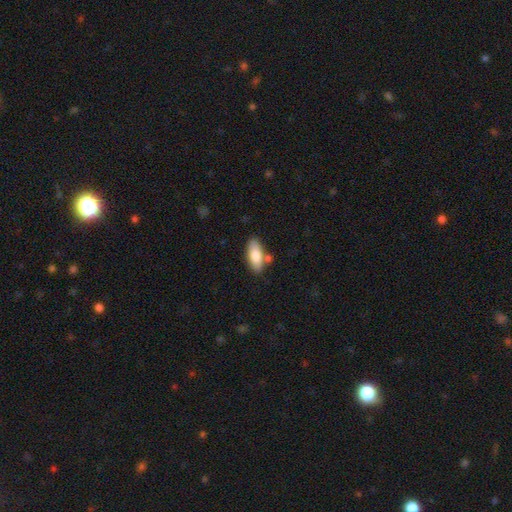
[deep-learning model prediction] Smooth or featured: smooth — 81% (featured or disk — 13%)
How rounded: in between — 82% (cigar-shaped — 15%)
Merging: none — 75% (minor disturbance — 13%)